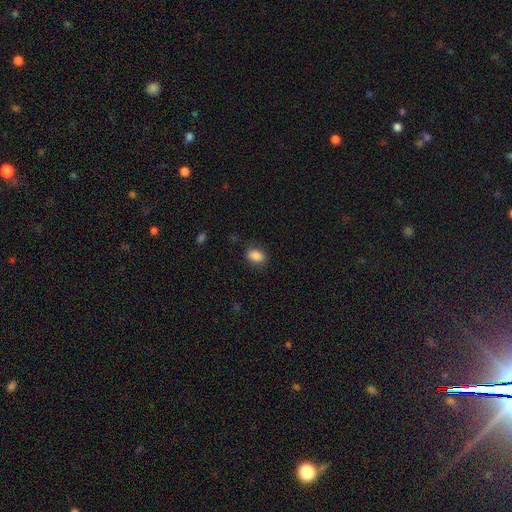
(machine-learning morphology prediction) Smooth or featured? smooth (87%)
How rounded? in between (77%)
Merging? none (82%)